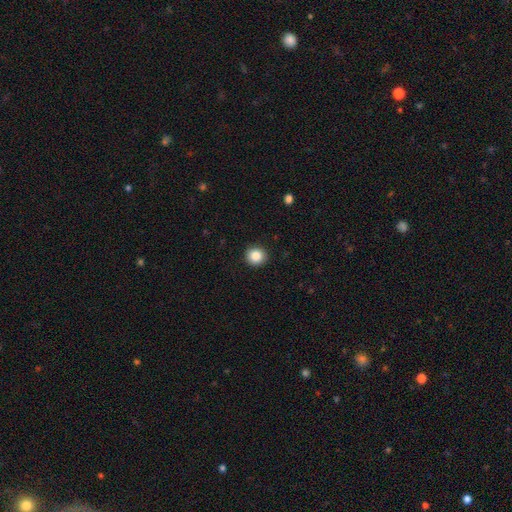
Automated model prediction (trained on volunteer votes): Smooth or featured?
  - smooth: 86% *
  - star or artifact: 9%
  - featured or disk: 4%
How rounded?
  - round: 92% *
  - in between: 7%
  - cigar-shaped: 1%
Merging?
  - none: 92% *
  - minor disturbance: 5%
  - major disturbance: 2%
  - merger: 1%